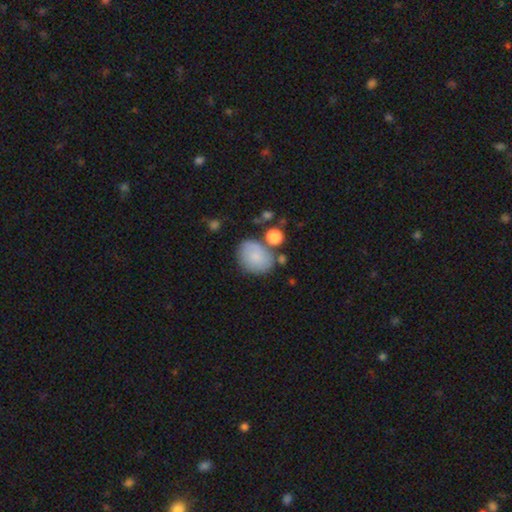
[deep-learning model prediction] smooth_or_featured: smooth (p=0.76) [alt: featured or disk p=0.16]
how_rounded: in between (p=0.53) [alt: round p=0.46]
merging: none (p=0.62) [alt: minor disturbance p=0.20]